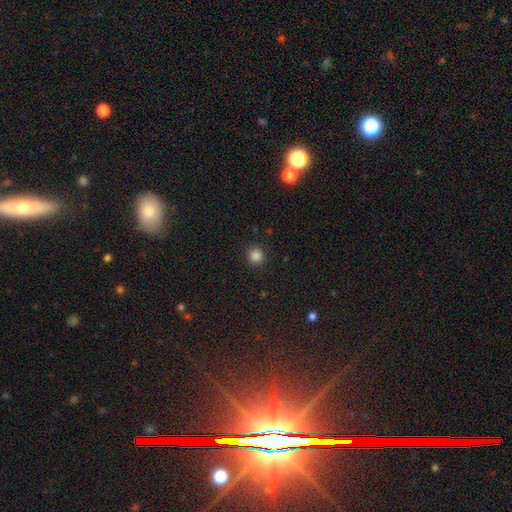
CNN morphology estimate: A smooth galaxy with no disk features (85%) that is round (93%).

Vote fractions:
- Smooth or featured? smooth: 85% / star or artifact: 12% / featured or disk: 3%
- How rounded? round: 93% / in between: 6% / cigar-shaped: 1%
- Merging? none: 91% / minor disturbance: 6% / major disturbance: 2% / merger: 1%